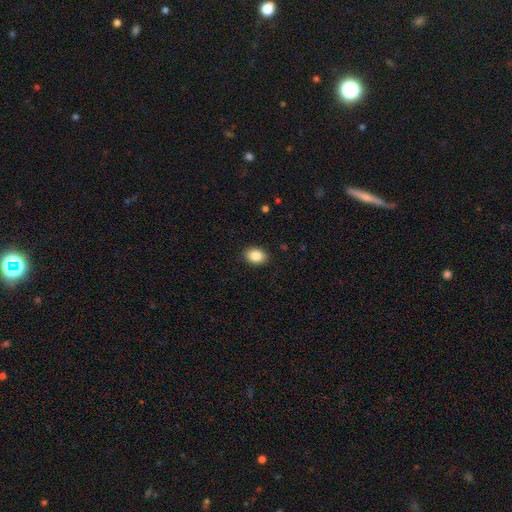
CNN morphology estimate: Q: Smooth or featured?
A: smooth (87%); runner-up: star or artifact (8%)
Q: How rounded?
A: in between (72%); runner-up: round (27%)
Q: Merging?
A: none (90%); runner-up: minor disturbance (7%)